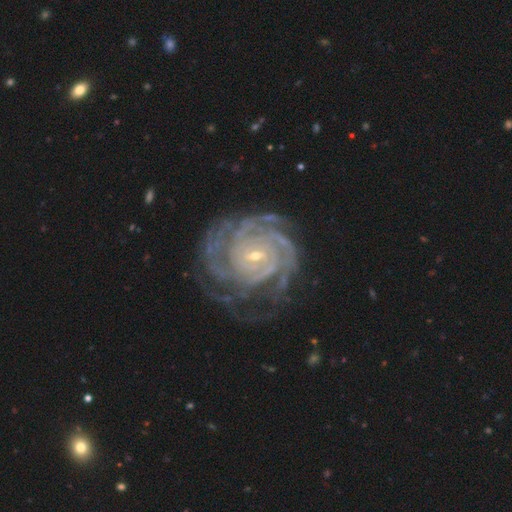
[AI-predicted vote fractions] Smooth or featured: featured or disk — 91% (star or artifact — 6%)
Edge-on disk: no — 98% (yes — 2%)
Bar: no — 67% (weak — 22%)
Spiral arms: yes — 98% (no — 2%)
Spiral winding: tight — 83% (medium — 15%)
Spiral arm count: 4 — 25% (3 — 19%)
Bulge size: small — 79% (moderate — 17%)
Merging: none — 72% (minor disturbance — 18%)